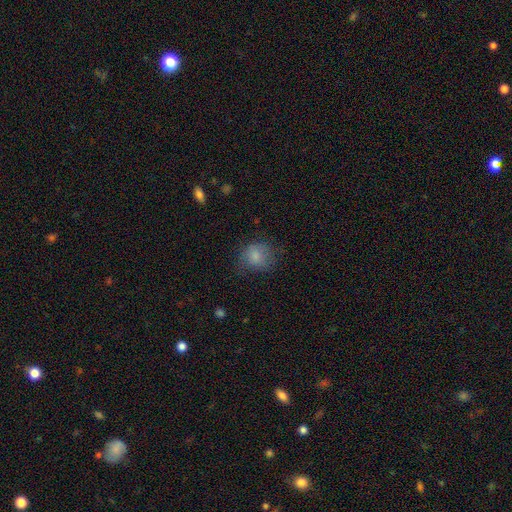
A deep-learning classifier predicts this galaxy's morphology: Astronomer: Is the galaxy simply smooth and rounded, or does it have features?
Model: smooth — 79%.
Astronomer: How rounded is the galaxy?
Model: round — 73%.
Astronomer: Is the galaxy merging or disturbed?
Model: none — 58%.